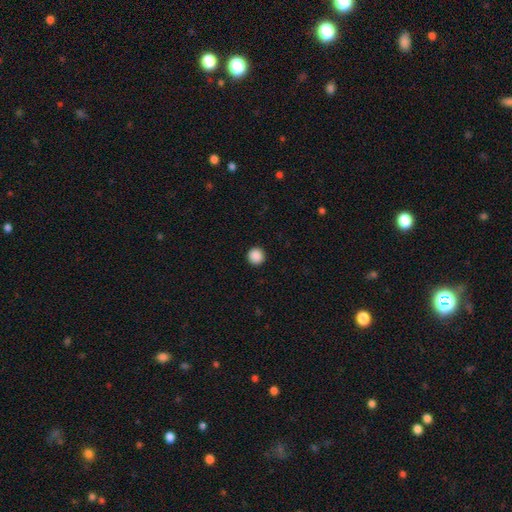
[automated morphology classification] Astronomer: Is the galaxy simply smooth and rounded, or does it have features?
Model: smooth — 89%.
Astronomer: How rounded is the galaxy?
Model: round — 95%.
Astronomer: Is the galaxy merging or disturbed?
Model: none — 93%.